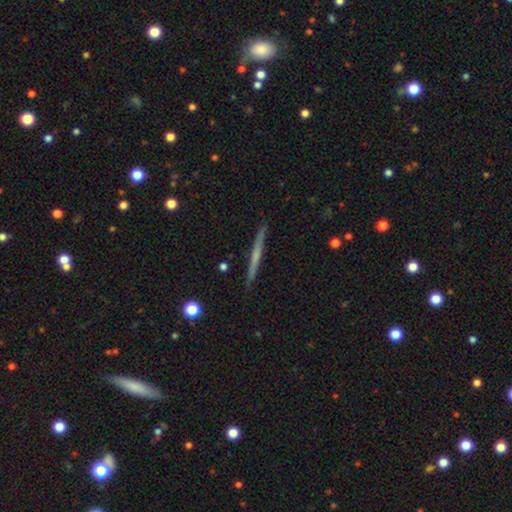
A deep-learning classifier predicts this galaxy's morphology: Smooth or featured? featured or disk (58%)
Edge-on disk? yes (98%)
Edge-on bulge? none (69%)
Merging? none (91%)